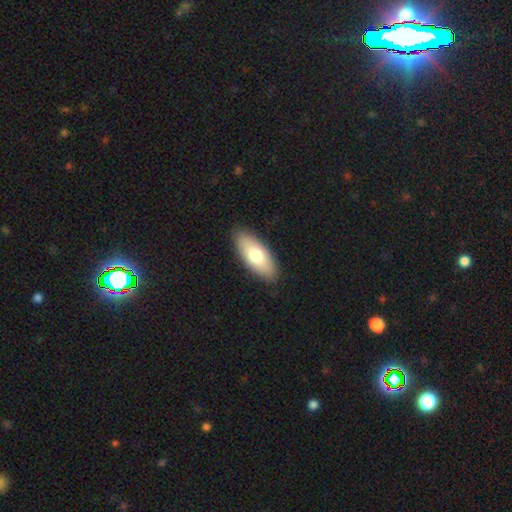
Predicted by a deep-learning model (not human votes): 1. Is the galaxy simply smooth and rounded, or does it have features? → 74% smooth, 20% featured or disk, 6% star or artifact.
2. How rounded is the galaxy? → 82% in between, 15% cigar-shaped, 2% round.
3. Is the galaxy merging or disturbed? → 87% none, 9% minor disturbance, 2% major disturbance, 1% merger.